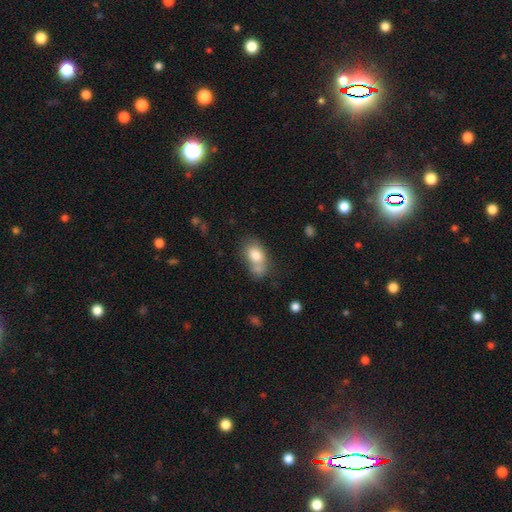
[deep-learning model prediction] Morphology: type=smooth (78%); roundness=in between (79%); merging=none (38%).